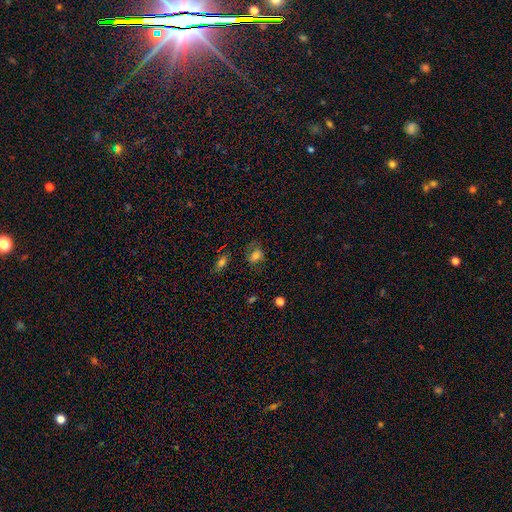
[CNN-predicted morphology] type=smooth (68%); roundness=in between (55%); merging=none (62%).